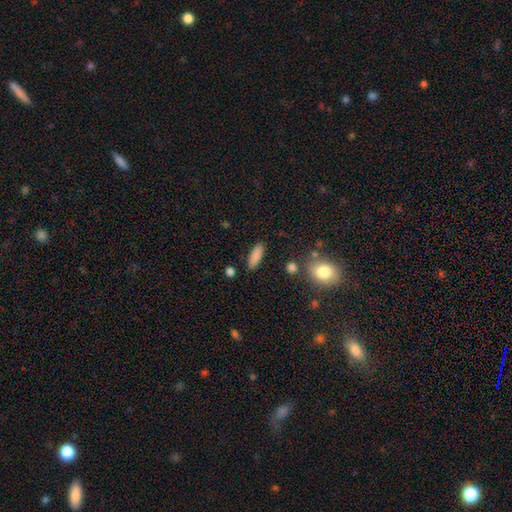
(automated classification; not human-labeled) smooth-or-featured: smooth: 85% | star or artifact: 8% | featured or disk: 7%
  how-rounded: in between: 56% | cigar-shaped: 42% | round: 3%
  merging: none: 86% | minor disturbance: 9% | merger: 3% | major disturbance: 2%